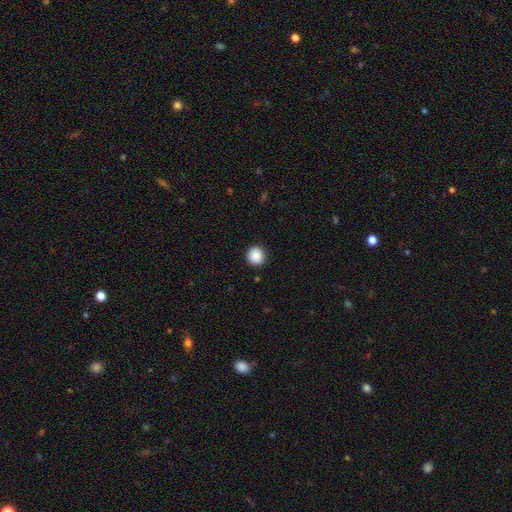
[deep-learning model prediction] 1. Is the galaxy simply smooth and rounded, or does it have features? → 88% smooth, 8% star or artifact, 3% featured or disk.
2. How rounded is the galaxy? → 93% round, 6% in between, 1% cigar-shaped.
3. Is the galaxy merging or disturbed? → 91% none, 6% minor disturbance, 2% major disturbance, 1% merger.